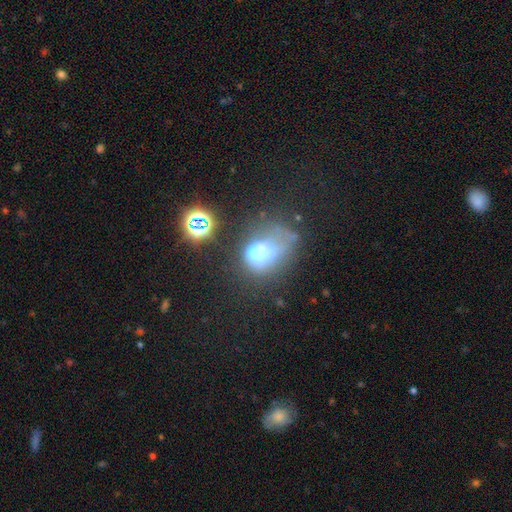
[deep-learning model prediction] Q: Smooth or featured?
A: smooth (41%); runner-up: featured or disk (35%)
Q: Merging?
A: major disturbance (35%); runner-up: merger (26%)